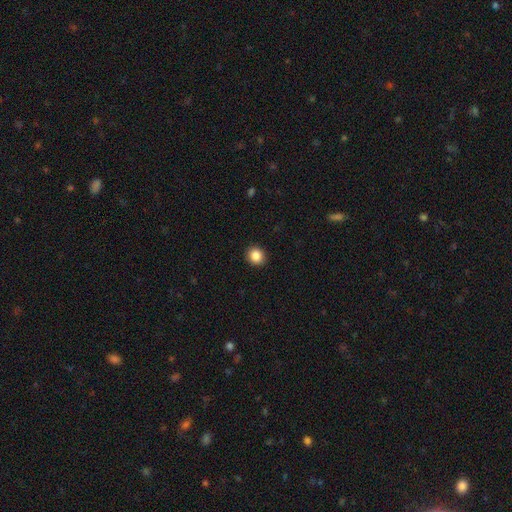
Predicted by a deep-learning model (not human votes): The model was most divided on "how rounded": round: 83%, in between: 16%, cigar-shaped: 1%. More confident: merging — none (92%); smooth or featured — smooth (87%).